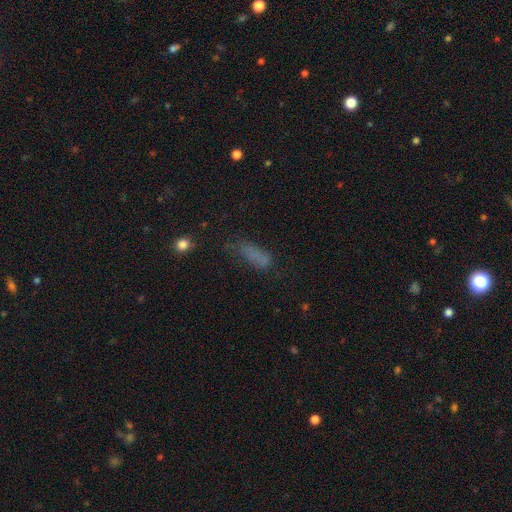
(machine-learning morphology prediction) A smooth galaxy with no disk features (68%) that is in between round and cigar-shaped (57%).

Vote fractions:
- Smooth or featured? smooth: 68% / star or artifact: 17% / featured or disk: 15%
- How rounded? in between: 57% / cigar-shaped: 39% / round: 4%
- Merging? none: 46% / minor disturbance: 27% / major disturbance: 22% / merger: 4%